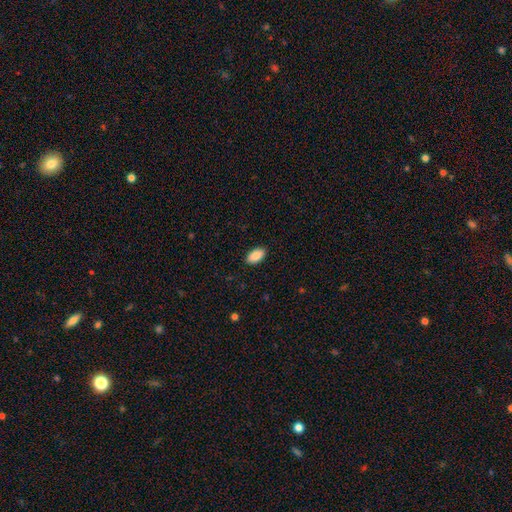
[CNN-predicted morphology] This is clearly a smooth galaxy (88%). How rounded: clearly in between (94%). Merging: clearly none (89%).